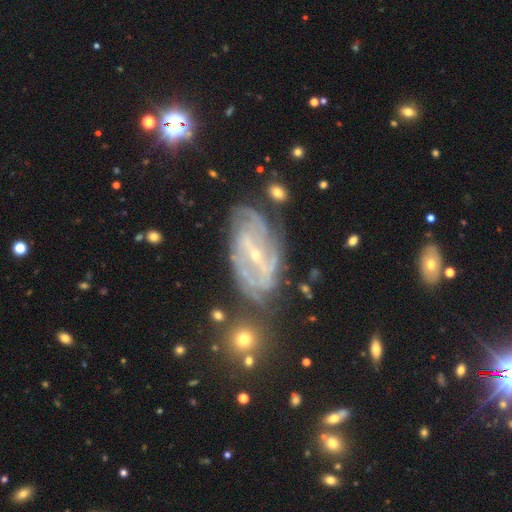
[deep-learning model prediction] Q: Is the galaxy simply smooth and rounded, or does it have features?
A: featured or disk — 85%.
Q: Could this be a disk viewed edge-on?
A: no — 93%.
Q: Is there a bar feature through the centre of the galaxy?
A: strong — 49%.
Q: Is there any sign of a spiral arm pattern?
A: yes — 92%.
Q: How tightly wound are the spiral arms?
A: tight — 54%.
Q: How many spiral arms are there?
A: can't tell — 32%.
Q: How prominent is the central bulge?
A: small — 75%.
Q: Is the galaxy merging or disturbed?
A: none — 67%.